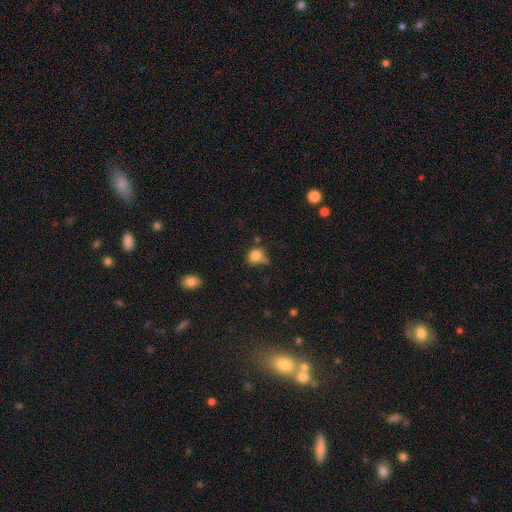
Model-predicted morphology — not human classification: A smooth galaxy with no disk features (80%) that is round (74%). Merging: none (50%).